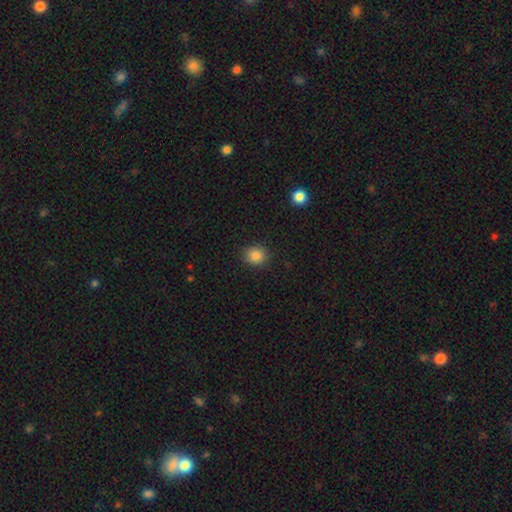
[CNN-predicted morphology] Overall: smooth (85%). How rounded: round (78%). Merging: none (89%).